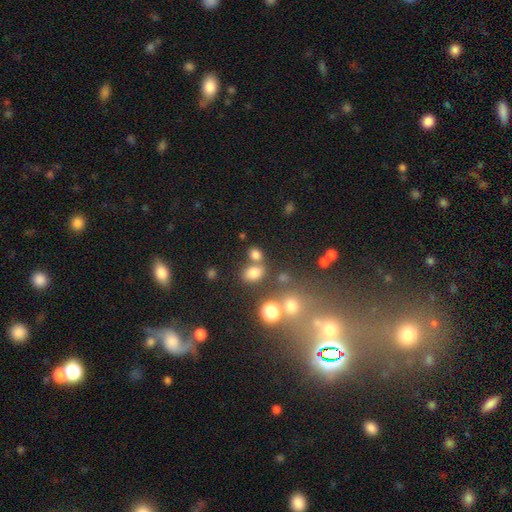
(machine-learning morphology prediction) Q: Smooth or featured?
A: smooth (75%); runner-up: star or artifact (17%)
Q: How rounded?
A: in between (65%); runner-up: round (33%)
Q: Merging?
A: none (57%); runner-up: merger (27%)